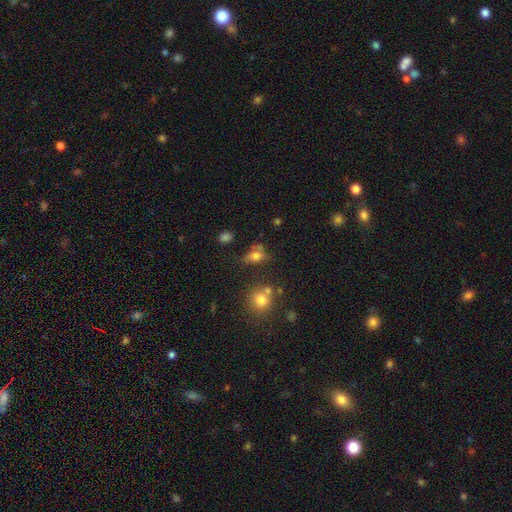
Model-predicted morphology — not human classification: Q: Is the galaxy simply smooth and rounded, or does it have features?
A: smooth — 69%.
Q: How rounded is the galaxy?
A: in between — 71%.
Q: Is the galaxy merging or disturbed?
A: none — 44%.